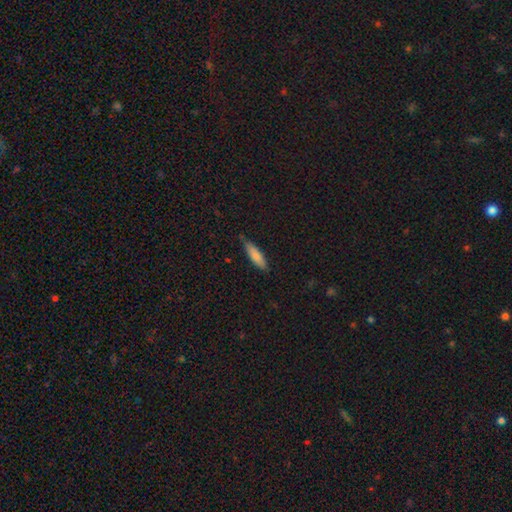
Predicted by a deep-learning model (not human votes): Q: Smooth or featured?
A: smooth (80%); runner-up: featured or disk (14%)
Q: How rounded?
A: cigar-shaped (60%); runner-up: in between (38%)
Q: Merging?
A: none (79%); runner-up: minor disturbance (17%)